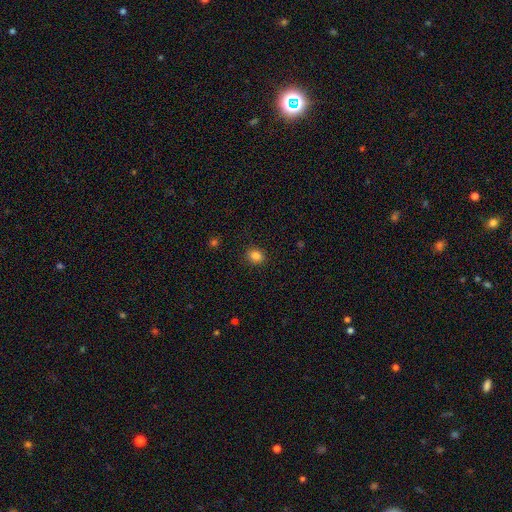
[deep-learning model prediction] A smooth galaxy with no disk features (85%) that is round (66%).

Vote fractions:
- Smooth or featured? smooth: 85% / star or artifact: 11% / featured or disk: 4%
- How rounded? round: 66% / in between: 33% / cigar-shaped: 1%
- Merging? none: 89% / minor disturbance: 7% / major disturbance: 2% / merger: 1%